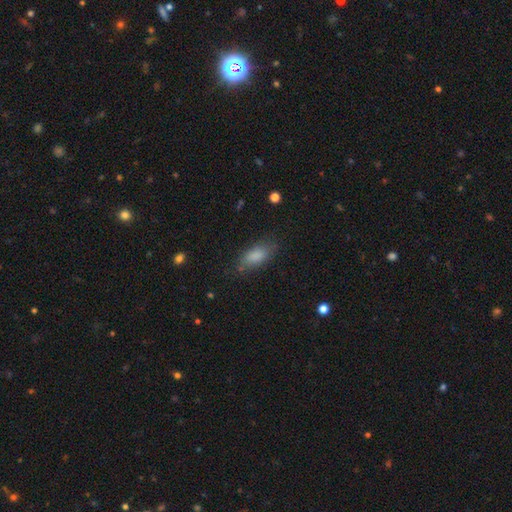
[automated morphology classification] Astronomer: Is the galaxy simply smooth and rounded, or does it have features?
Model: smooth — 84%.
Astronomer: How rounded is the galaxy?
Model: in between — 85%.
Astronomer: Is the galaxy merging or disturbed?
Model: none — 74%.